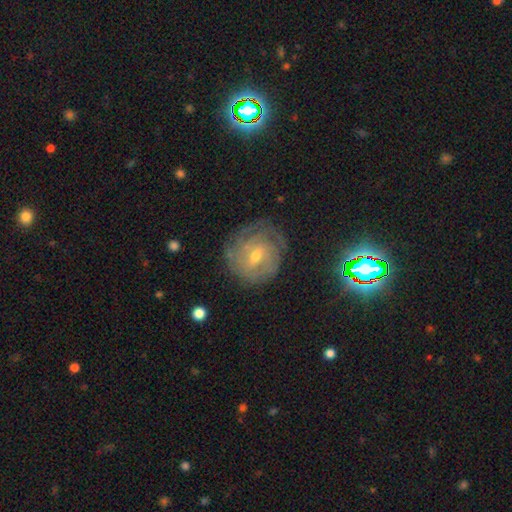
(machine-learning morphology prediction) featured or disk 75%, smooth 14%, star or artifact 10%. Down the decision tree: edge-on disk — no (97%); bar — weak (54%); spiral arms — yes (91%); spiral arm count — can't tell (48%); spiral winding — tight (72%); bulge size — small (51%); merging — none (73%).